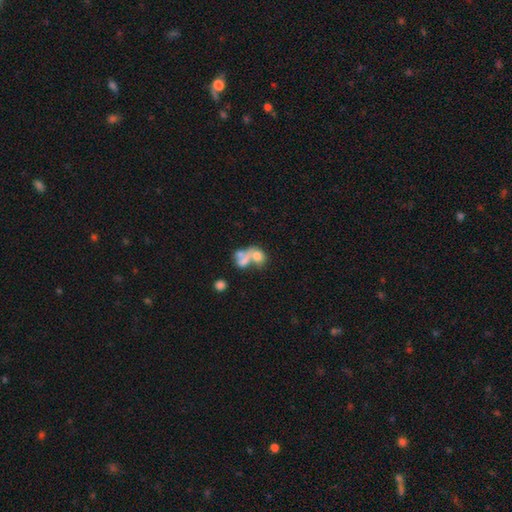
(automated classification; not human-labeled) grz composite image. It shows a smooth galaxy with no disk features (57%) that is in between round and cigar-shaped (61%). Merging: merger (65%).